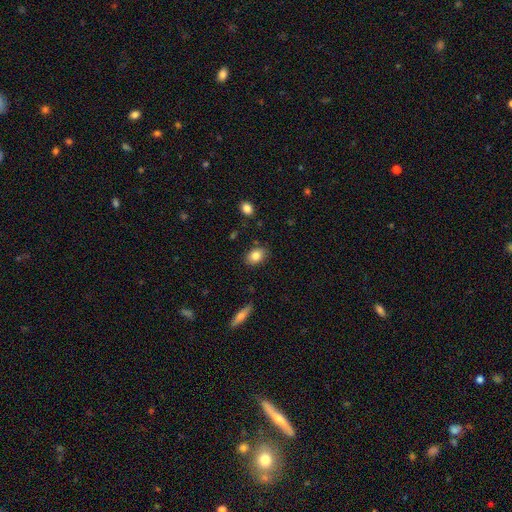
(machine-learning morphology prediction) Smooth or featured?
  - smooth: 83% *
  - featured or disk: 9%
  - star or artifact: 8%
How rounded?
  - in between: 76% *
  - round: 22%
  - cigar-shaped: 2%
Merging?
  - none: 85% *
  - minor disturbance: 11%
  - major disturbance: 2%
  - merger: 2%